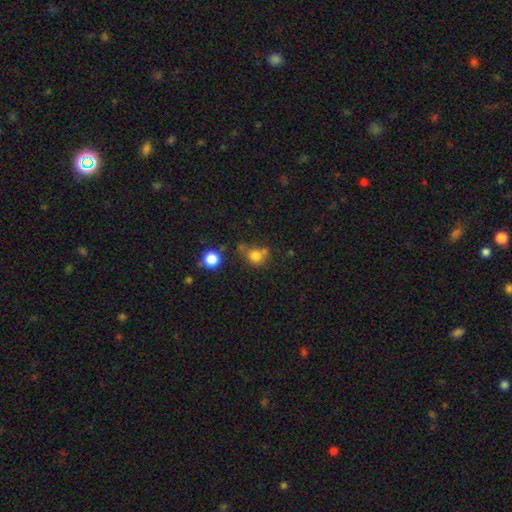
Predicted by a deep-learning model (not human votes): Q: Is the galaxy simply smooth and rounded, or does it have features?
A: smooth — 77%.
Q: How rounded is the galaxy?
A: round — 78%.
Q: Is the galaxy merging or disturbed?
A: none — 56%.